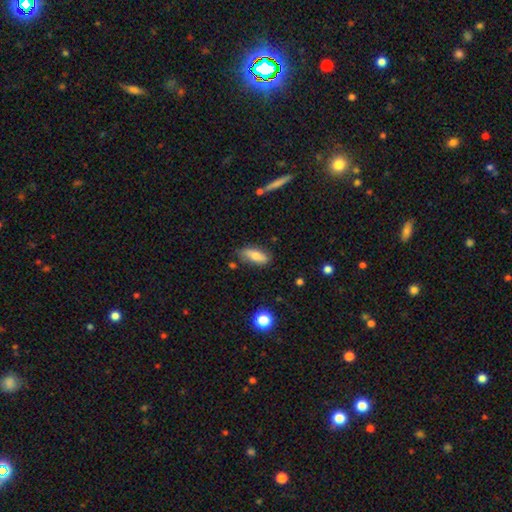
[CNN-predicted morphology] Q: Smooth or featured?
A: smooth (74%); runner-up: featured or disk (18%)
Q: How rounded?
A: in between (72%); runner-up: cigar-shaped (25%)
Q: Merging?
A: none (76%); runner-up: minor disturbance (18%)